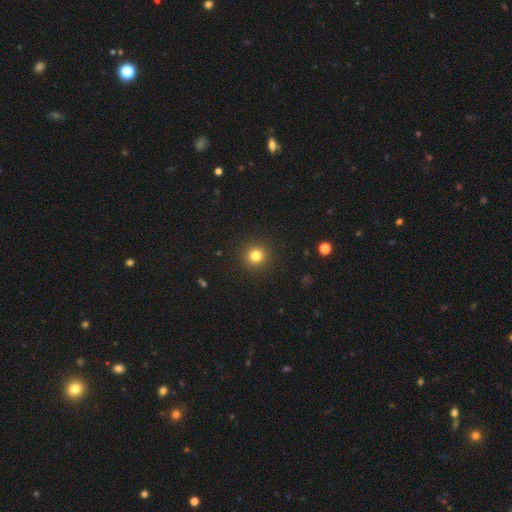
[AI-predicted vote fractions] The model was most divided on "smooth or featured": smooth: 81%, star or artifact: 13%, featured or disk: 6%. More confident: how rounded — round (94%); merging — none (92%).